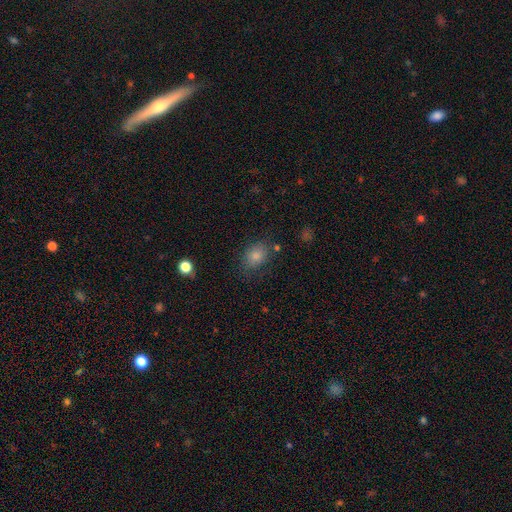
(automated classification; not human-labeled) Overall: smooth (76%). How rounded: in between (59%; round 40%). Merging: none (78%).